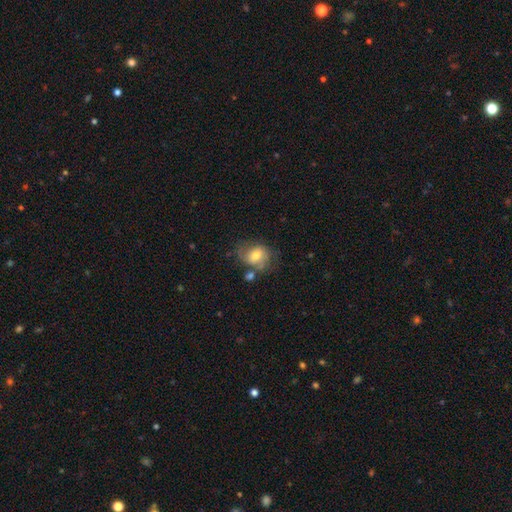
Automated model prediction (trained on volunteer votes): Smooth or featured? smooth (56%)
How rounded? round (54%)
Merging? none (48%)